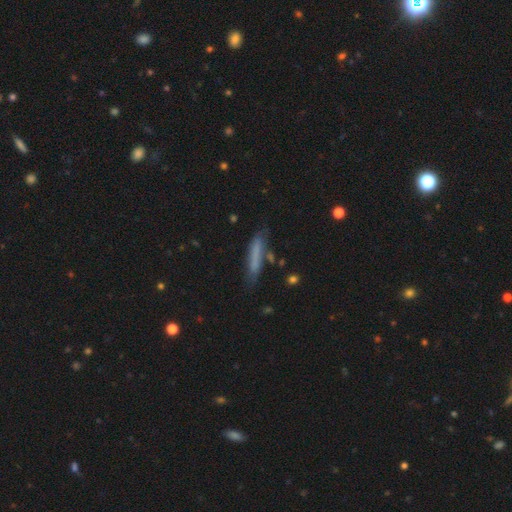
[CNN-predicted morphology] smooth-or-featured: smooth: 69% | featured or disk: 23% | star or artifact: 8%
  how-rounded: cigar-shaped: 90% | in between: 9% | round: 2%
  merging: none: 72% | minor disturbance: 18% | major disturbance: 5% | merger: 4%